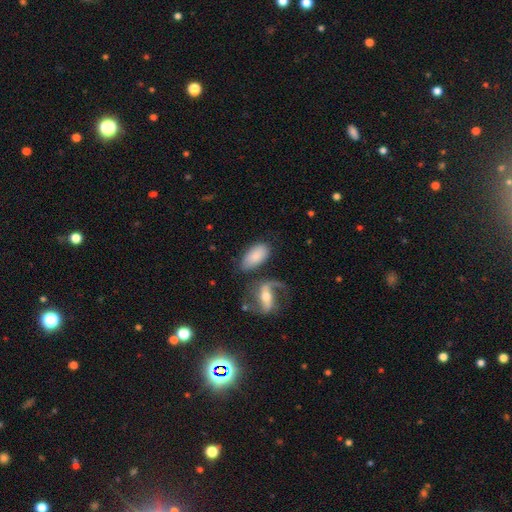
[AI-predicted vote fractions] Smooth or featured? Predicted: smooth (p=0.72). How rounded? Predicted: in between (p=0.93). Merging? Predicted: none (p=0.55).